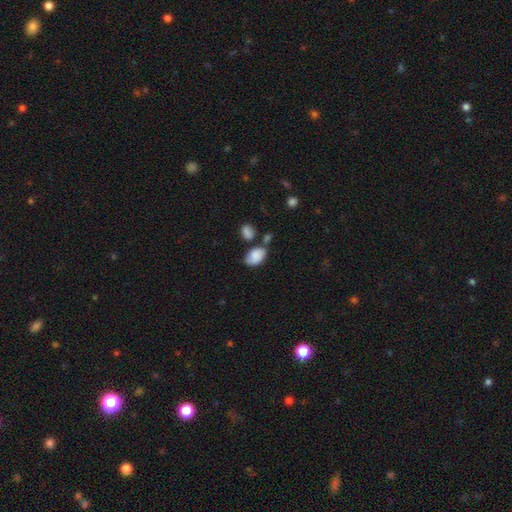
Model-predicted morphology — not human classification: A smooth galaxy with no disk features (75%) that is in between round and cigar-shaped (85%).

Vote fractions:
- Smooth or featured? smooth: 75% / featured or disk: 16% / star or artifact: 9%
- How rounded? in between: 85% / round: 13% / cigar-shaped: 1%
- Merging? none: 45% / minor disturbance: 26% / merger: 20% / major disturbance: 10%